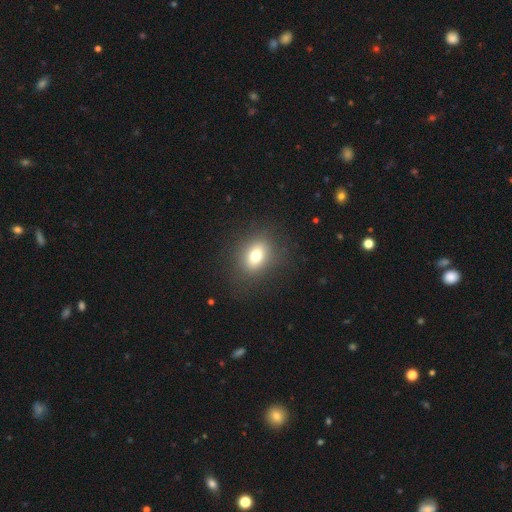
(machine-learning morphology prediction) This appears to be a smooth galaxy with no disk features (74%) that is in between round and cigar-shaped (59%). Merging: none (85%).